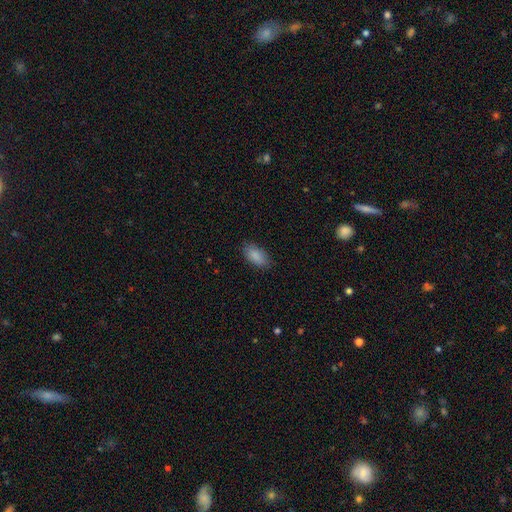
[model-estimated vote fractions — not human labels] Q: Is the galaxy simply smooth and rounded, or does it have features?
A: smooth — 89%.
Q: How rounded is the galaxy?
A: in between — 92%.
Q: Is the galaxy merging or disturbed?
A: none — 83%.